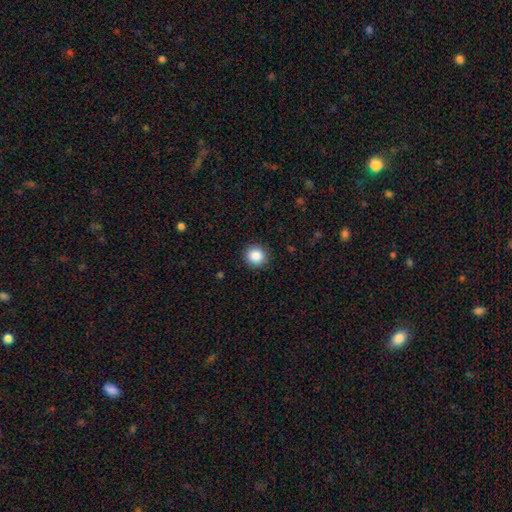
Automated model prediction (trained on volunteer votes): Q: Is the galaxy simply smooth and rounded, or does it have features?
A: smooth — 87%.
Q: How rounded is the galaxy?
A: round — 91%.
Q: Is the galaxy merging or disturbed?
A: none — 91%.